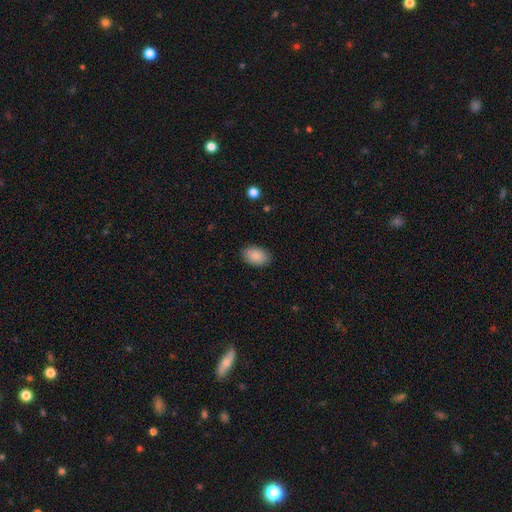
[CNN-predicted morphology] Smooth or featured?
  - smooth: 89% *
  - star or artifact: 7%
  - featured or disk: 5%
How rounded?
  - in between: 87% *
  - round: 11%
  - cigar-shaped: 1%
Merging?
  - none: 86% *
  - minor disturbance: 11%
  - major disturbance: 3%
  - merger: 1%